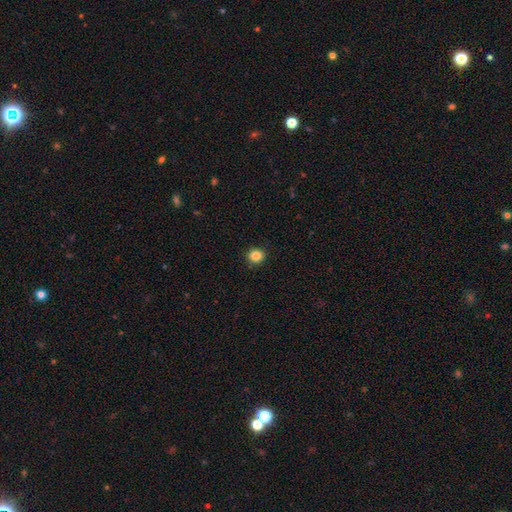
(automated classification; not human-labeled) A smooth galaxy with no disk features (85%) that is round (91%).

Vote fractions:
- Smooth or featured? smooth: 85% / star or artifact: 11% / featured or disk: 4%
- How rounded? round: 91% / in between: 8% / cigar-shaped: 1%
- Merging? none: 92% / minor disturbance: 5% / major disturbance: 2% / merger: 1%